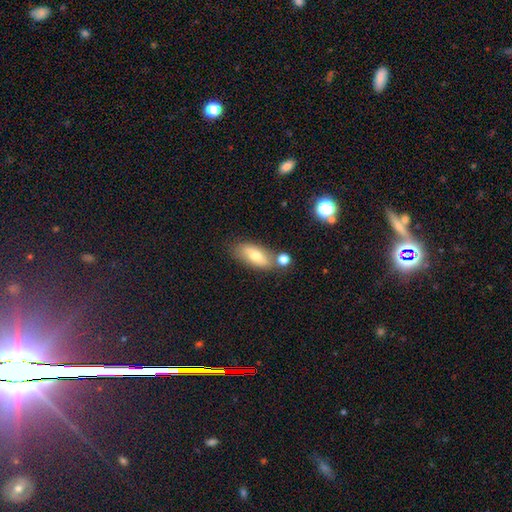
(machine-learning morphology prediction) Smooth or featured? Predicted: smooth (p=0.68). How rounded? Predicted: in between (p=0.81). Merging? Predicted: none (p=0.68).